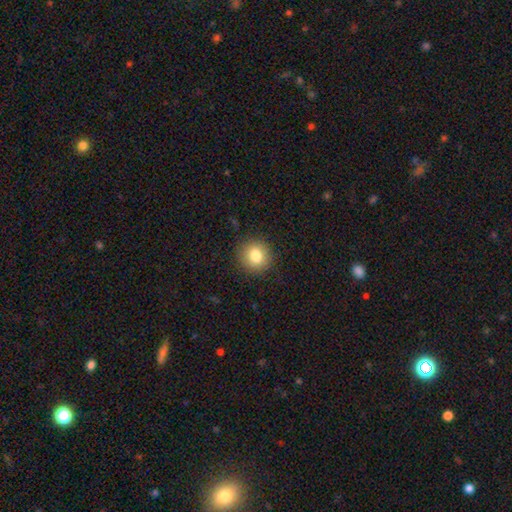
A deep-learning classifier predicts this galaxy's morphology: Smooth or featured? smooth (82%)
How rounded? round (89%)
Merging? none (89%)